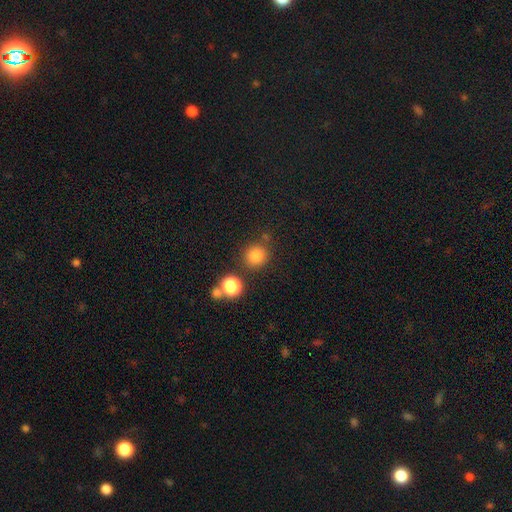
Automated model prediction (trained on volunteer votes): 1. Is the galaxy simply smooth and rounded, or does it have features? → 81% smooth, 13% star or artifact, 5% featured or disk.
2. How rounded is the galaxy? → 90% round, 9% in between, 1% cigar-shaped.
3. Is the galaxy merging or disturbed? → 78% none, 10% minor disturbance, 8% merger, 4% major disturbance.